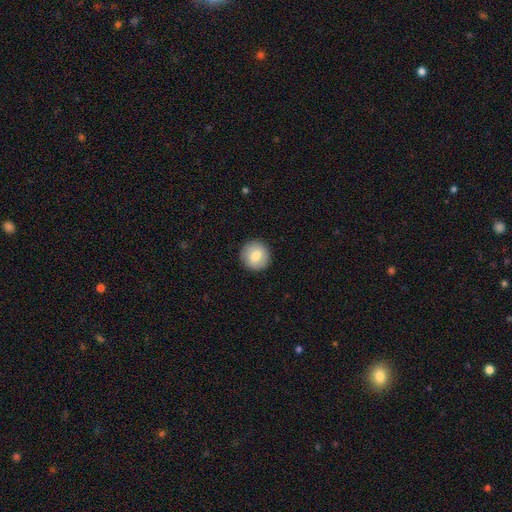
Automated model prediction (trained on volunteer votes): Smooth or featured? Predicted: smooth (p=0.77). How rounded? Predicted: round (p=0.95). Merging? Predicted: none (p=0.92).